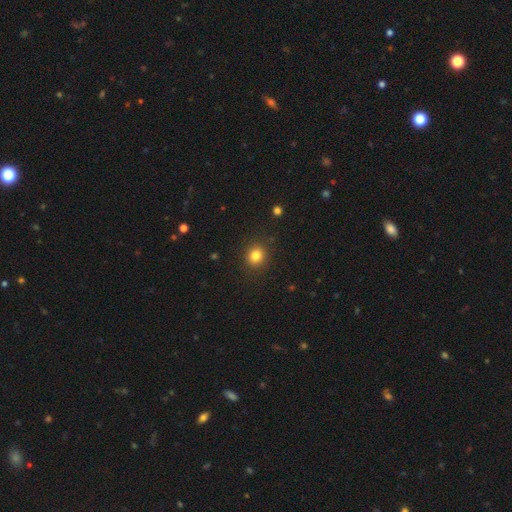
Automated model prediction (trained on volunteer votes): Smooth or featured: smooth — 82% (star or artifact — 12%)
How rounded: round — 83% (in between — 16%)
Merging: none — 89% (minor disturbance — 7%)